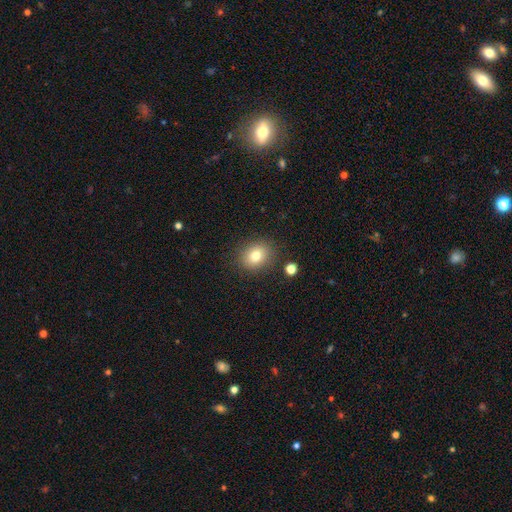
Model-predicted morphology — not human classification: Smooth or featured?
  - smooth: 78% *
  - star or artifact: 12%
  - featured or disk: 10%
How rounded?
  - round: 59% *
  - in between: 41%
  - cigar-shaped: 1%
Merging?
  - none: 85% *
  - minor disturbance: 9%
  - major disturbance: 3%
  - merger: 2%